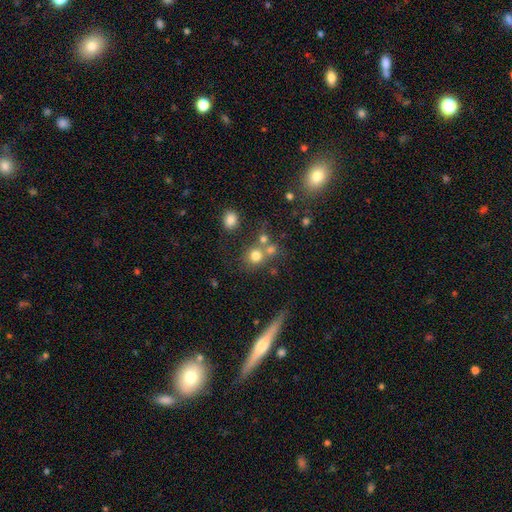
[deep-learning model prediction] Smooth or featured? smooth (74%)
How rounded? round (86%)
Merging? none (56%)